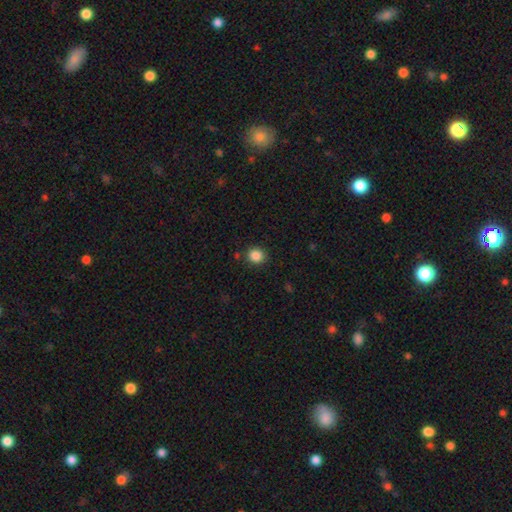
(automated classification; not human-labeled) Smooth or featured? Predicted: smooth (p=0.86). How rounded? Predicted: round (p=0.84). Merging? Predicted: none (p=0.86).